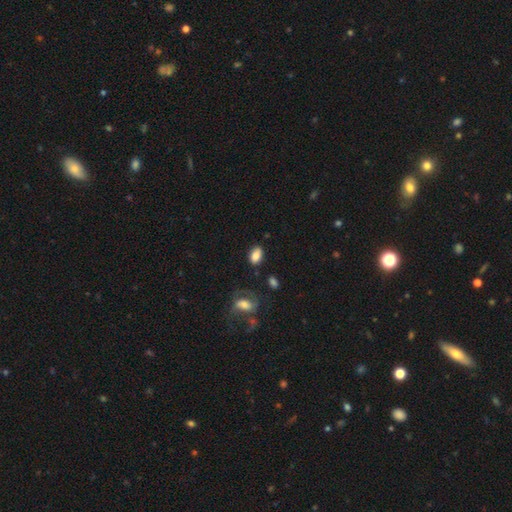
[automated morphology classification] Smooth or featured: smooth — 82% (featured or disk — 9%)
How rounded: in between — 89% (round — 9%)
Merging: none — 81% (minor disturbance — 13%)